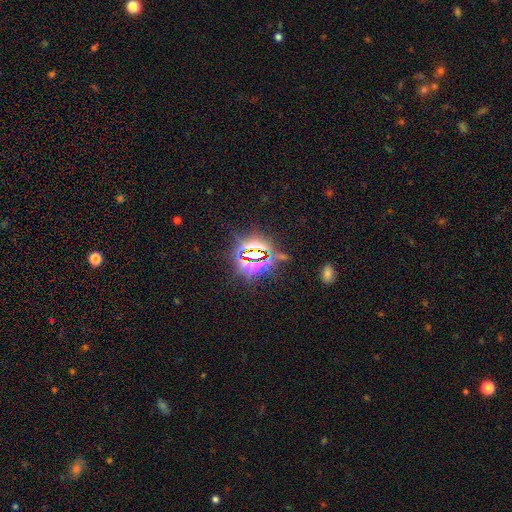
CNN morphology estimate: smooth-or-featured: star or artifact: 80% | smooth: 12% | featured or disk: 8%